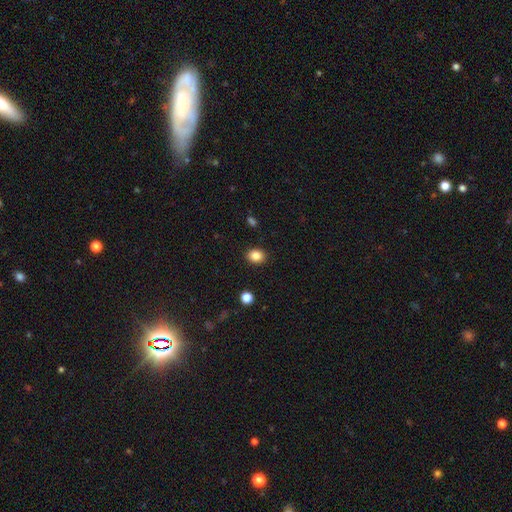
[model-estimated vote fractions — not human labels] Smooth or featured? smooth (85%)
How rounded? round (51%)
Merging? none (90%)